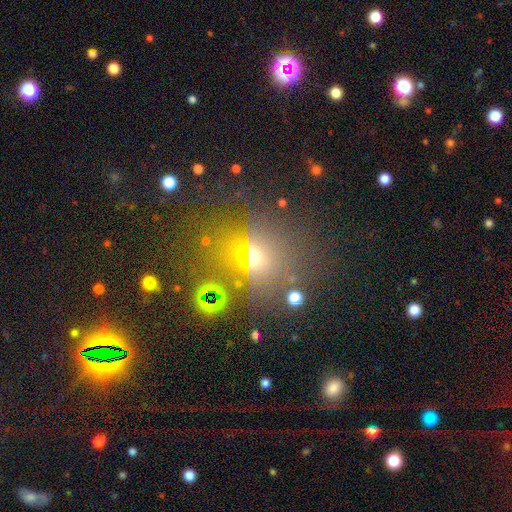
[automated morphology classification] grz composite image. It shows a star or artifact, not a galaxy (42%).